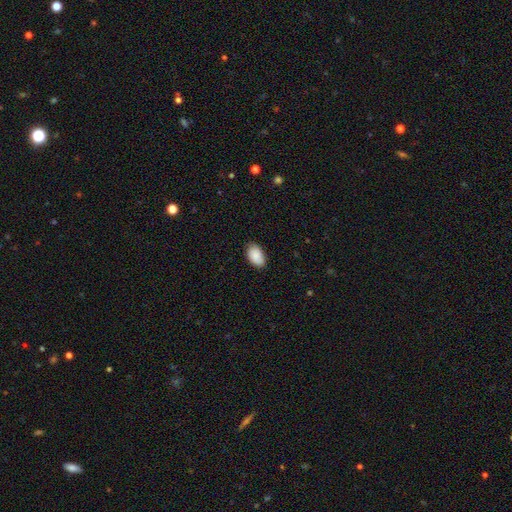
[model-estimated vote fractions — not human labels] This appears to be a smooth galaxy with no disk features (90%) that is in between round and cigar-shaped (93%). Merging: none (84%).